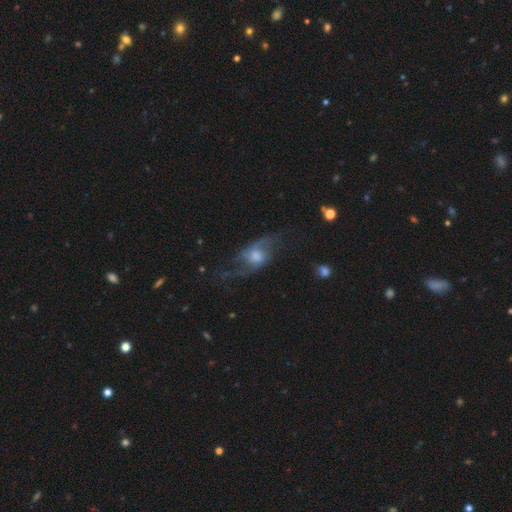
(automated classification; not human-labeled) featured or disk 64%, smooth 26%, star or artifact 10%. Down the decision tree: edge-on disk — no (84%); bar — no (66%); spiral arms — yes (78%); bulge size — moderate (52%); merging — none (48%).